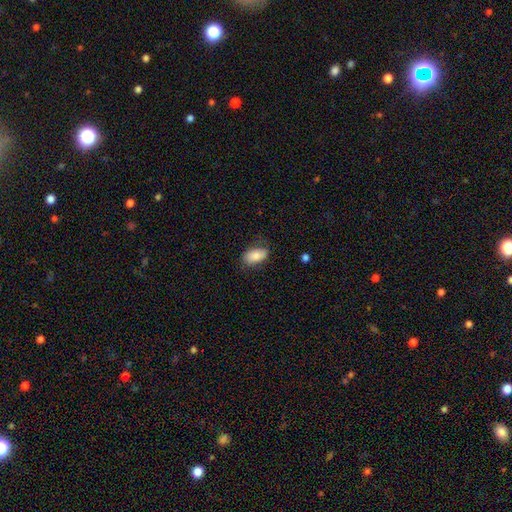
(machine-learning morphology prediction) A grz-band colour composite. It shows a smooth galaxy with no disk features (80%) that is in between round and cigar-shaped (92%). Merging: none (72%).